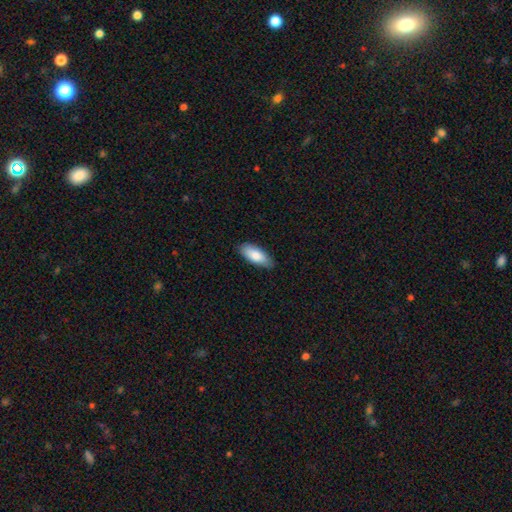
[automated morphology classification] Overall: smooth (81%). How rounded: in between (83%). Merging: none (84%).